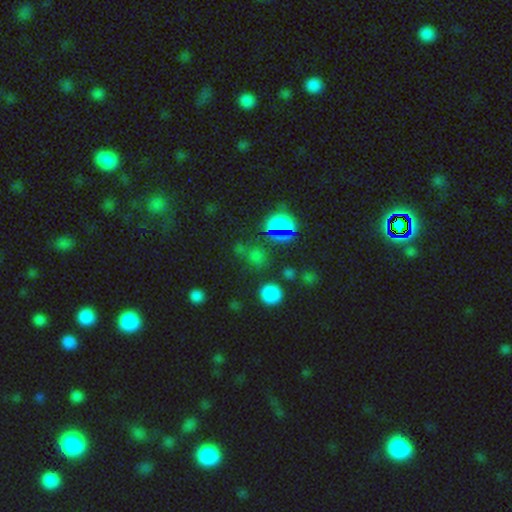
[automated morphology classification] smooth_or_featured: smooth (p=0.52) [alt: star or artifact p=0.41]
how_rounded: round (p=0.78) [alt: in between p=0.20]
merging: none (p=0.73) [alt: minor disturbance p=0.11]